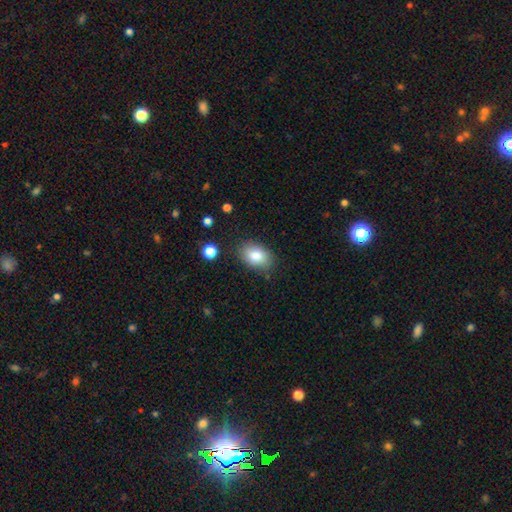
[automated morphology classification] smooth-or-featured: smooth: 85% | featured or disk: 8% | star or artifact: 8%
  how-rounded: in between: 86% | round: 13% | cigar-shaped: 1%
  merging: none: 82% | minor disturbance: 13% | major disturbance: 3% | merger: 2%